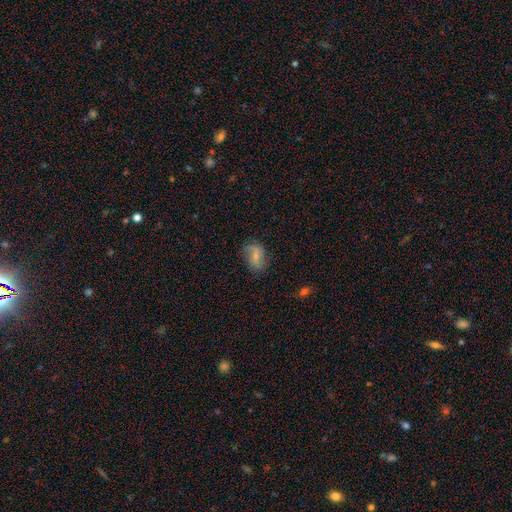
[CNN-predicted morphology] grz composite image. It shows a smooth galaxy with no disk features (52%) that is in between round and cigar-shaped (78%). Merging: none (69%).